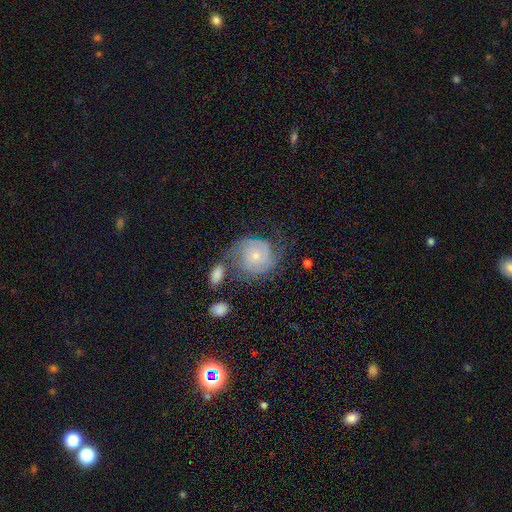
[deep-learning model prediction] Smooth or featured: featured or disk — 73% (smooth — 19%)
Edge-on disk: no — 97% (yes — 3%)
Bar: no — 78% (weak — 18%)
Spiral arms: yes — 92% (no — 8%)
Spiral winding: tight — 60% (medium — 29%)
Spiral arm count: 2 — 54% (can't tell — 23%)
Bulge size: small — 63% (moderate — 30%)
Merging: none — 50% (minor disturbance — 21%)